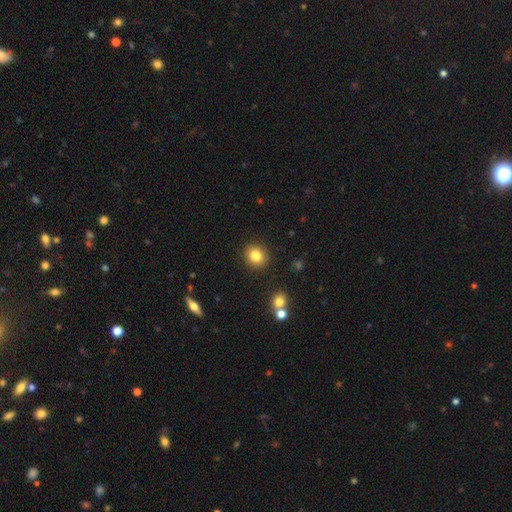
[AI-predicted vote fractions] Smooth or featured?
  - smooth: 83% *
  - star or artifact: 10%
  - featured or disk: 7%
How rounded?
  - round: 81% *
  - in between: 18%
  - cigar-shaped: 1%
Merging?
  - none: 90% *
  - minor disturbance: 6%
  - major disturbance: 2%
  - merger: 2%